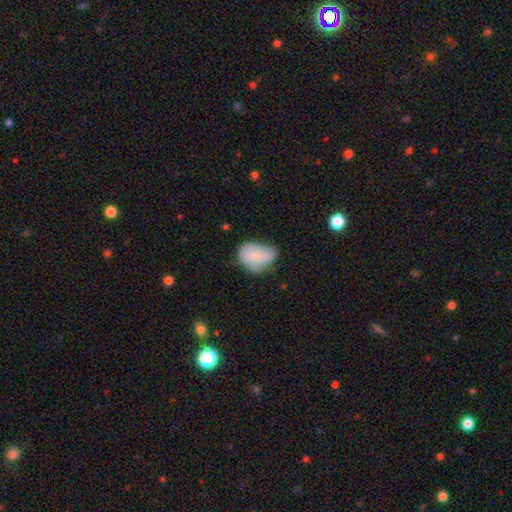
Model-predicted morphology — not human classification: type=smooth (67%); roundness=in between (75%); merging=minor disturbance (42%).